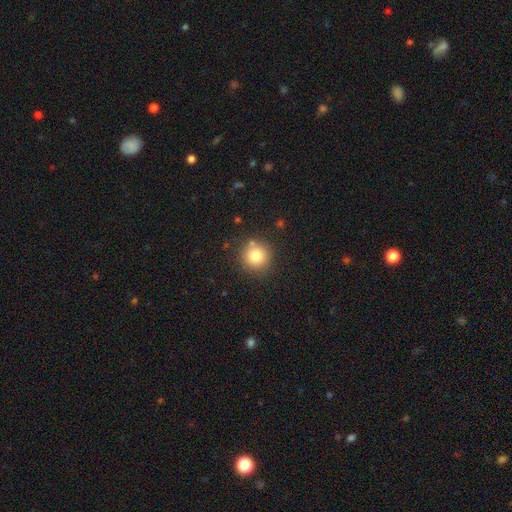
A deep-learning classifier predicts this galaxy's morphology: Smooth or featured? Predicted: smooth (p=0.80). How rounded? Predicted: round (p=0.93). Merging? Predicted: none (p=0.83).